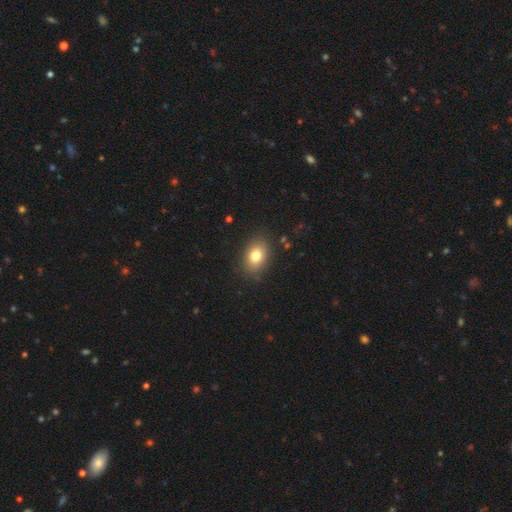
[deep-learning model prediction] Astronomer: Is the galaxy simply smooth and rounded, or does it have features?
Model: smooth — 79%.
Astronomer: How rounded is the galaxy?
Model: in between — 76%.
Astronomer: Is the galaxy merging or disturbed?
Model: none — 85%.